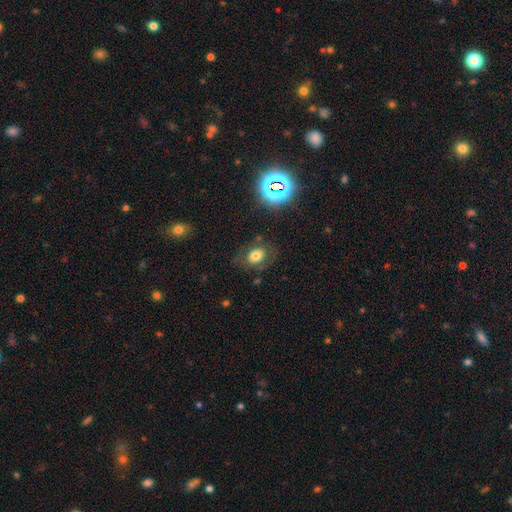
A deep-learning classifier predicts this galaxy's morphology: smooth-or-featured: smooth: 64% | featured or disk: 19% | star or artifact: 17%
  how-rounded: in between: 65% | round: 34% | cigar-shaped: 1%
  merging: none: 69% | minor disturbance: 18% | major disturbance: 11% | merger: 3%